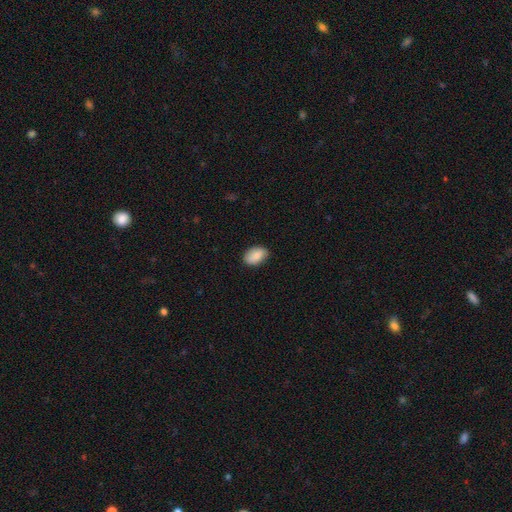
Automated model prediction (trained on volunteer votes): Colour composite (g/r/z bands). It shows a smooth galaxy with no disk features (84%) that is in between round and cigar-shaped (88%). Merging: none (83%).